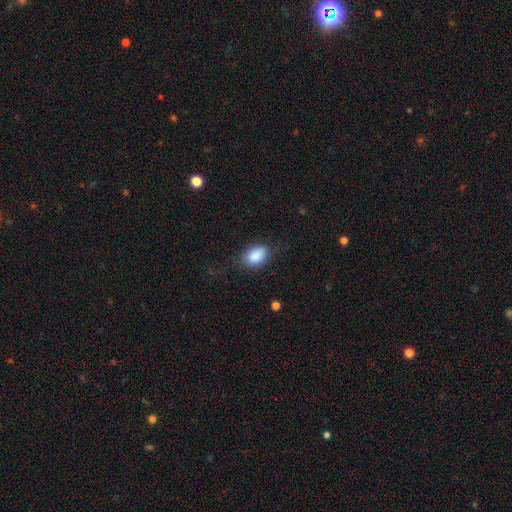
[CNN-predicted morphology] Smooth or featured: smooth — 87% (star or artifact — 7%)
How rounded: in between — 87% (round — 11%)
Merging: none — 73% (minor disturbance — 19%)